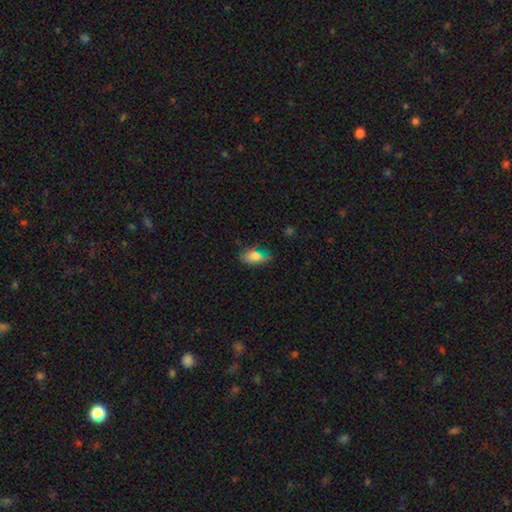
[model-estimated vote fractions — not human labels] Q: Smooth or featured?
A: smooth (73%); runner-up: star or artifact (14%)
Q: How rounded?
A: in between (85%); runner-up: cigar-shaped (9%)
Q: Merging?
A: none (66%); runner-up: minor disturbance (24%)